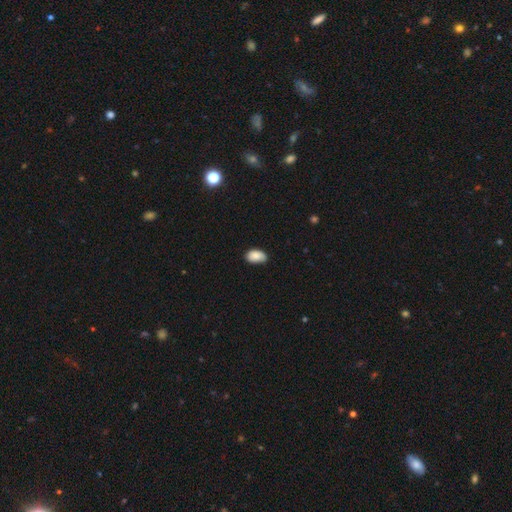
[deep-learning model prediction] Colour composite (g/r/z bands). It shows a smooth galaxy with no disk features (86%) that is in between round and cigar-shaped (93%). Merging: none (76%).